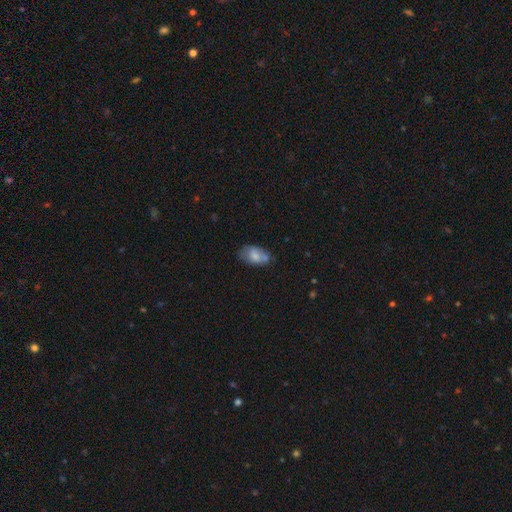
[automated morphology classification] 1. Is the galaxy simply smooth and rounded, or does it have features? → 70% smooth, 22% featured or disk, 8% star or artifact.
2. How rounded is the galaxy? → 89% in between, 9% round, 2% cigar-shaped.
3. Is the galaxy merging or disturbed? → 45% none, 28% minor disturbance, 17% merger, 10% major disturbance.